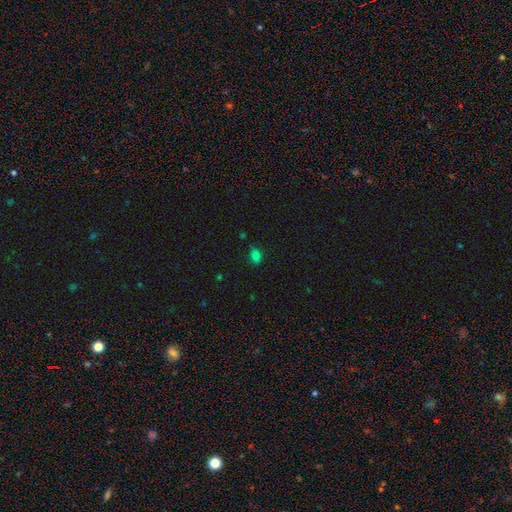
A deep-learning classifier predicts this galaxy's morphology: smooth-or-featured: smooth: 75% | star or artifact: 20% | featured or disk: 5%
  how-rounded: in between: 80% | round: 18% | cigar-shaped: 2%
  merging: none: 77% | minor disturbance: 17% | major disturbance: 4% | merger: 3%